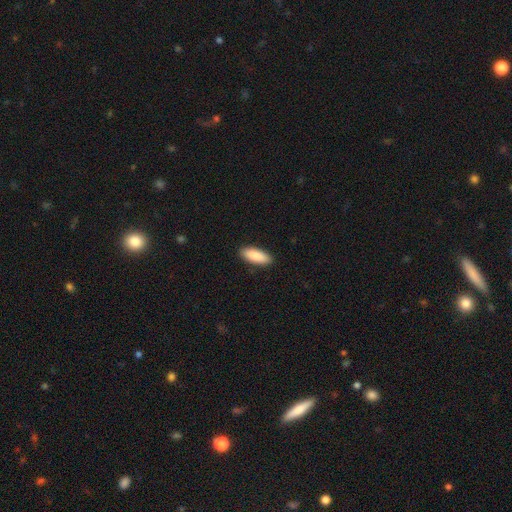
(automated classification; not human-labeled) Morphology: type=smooth (89%); roundness=in between (74%); merging=none (90%).